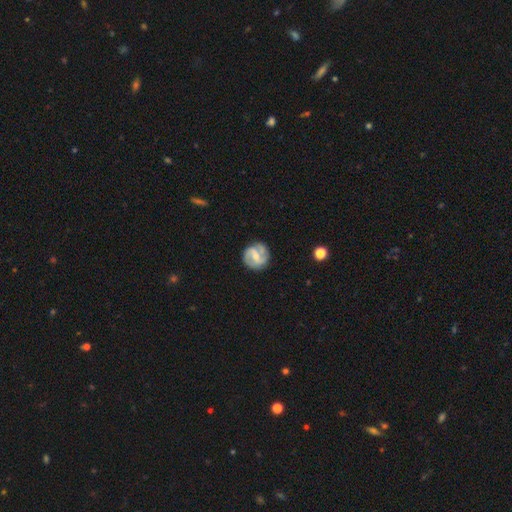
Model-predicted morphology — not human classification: A featured or disk galaxy (78%) with a weak bar (50%), 2 (80%) medium (48%) spiral arms (93%) and a moderate central bulge (49%). Merging: none (79%).